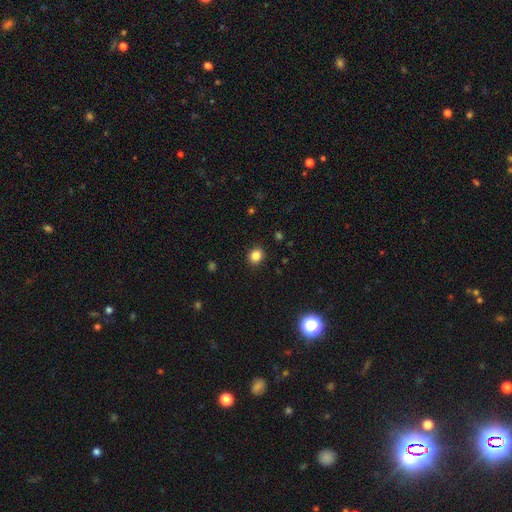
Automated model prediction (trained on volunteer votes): Smooth or featured?
  - smooth: 84% *
  - star or artifact: 12%
  - featured or disk: 4%
How rounded?
  - round: 74% *
  - in between: 25%
  - cigar-shaped: 1%
Merging?
  - none: 91% *
  - minor disturbance: 6%
  - major disturbance: 2%
  - merger: 1%